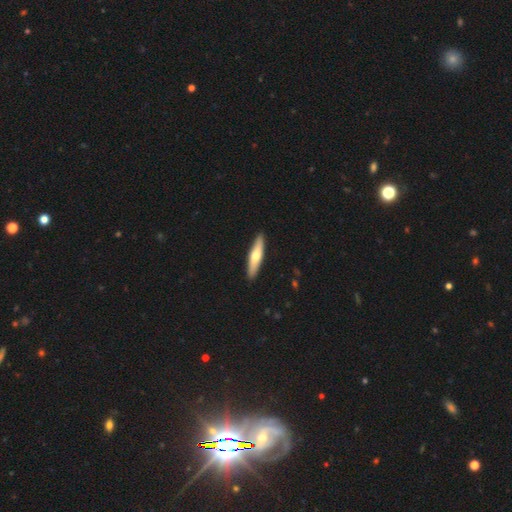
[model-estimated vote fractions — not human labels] Smooth or featured? Predicted: smooth (p=0.56). How rounded? Predicted: cigar-shaped (p=0.84). Merging? Predicted: none (p=0.91).